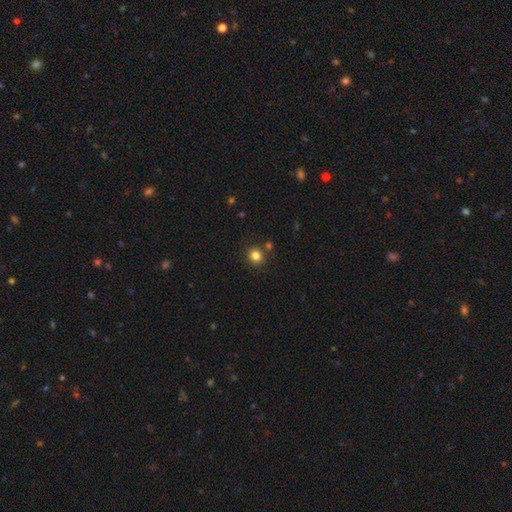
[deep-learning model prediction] smooth 83%, star or artifact 13%, featured or disk 5%. Down the decision tree: how rounded — round (88%); merging — none (83%).